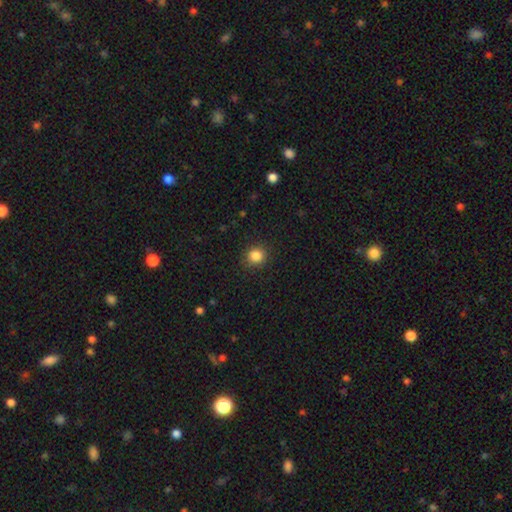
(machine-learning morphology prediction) smooth-or-featured: smooth: 85% | star or artifact: 11% | featured or disk: 4%
  how-rounded: round: 89% | in between: 10% | cigar-shaped: 1%
  merging: none: 90% | minor disturbance: 7% | major disturbance: 2% | merger: 1%